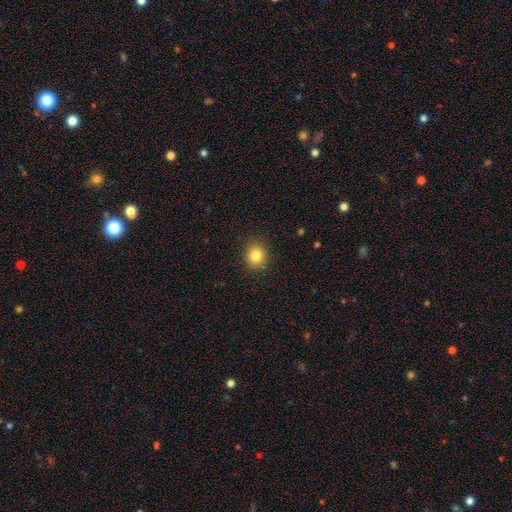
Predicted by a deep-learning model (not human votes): smooth-or-featured: smooth: 83% | star or artifact: 11% | featured or disk: 6%
  how-rounded: round: 78% | in between: 21% | cigar-shaped: 1%
  merging: none: 90% | minor disturbance: 7% | major disturbance: 2% | merger: 1%